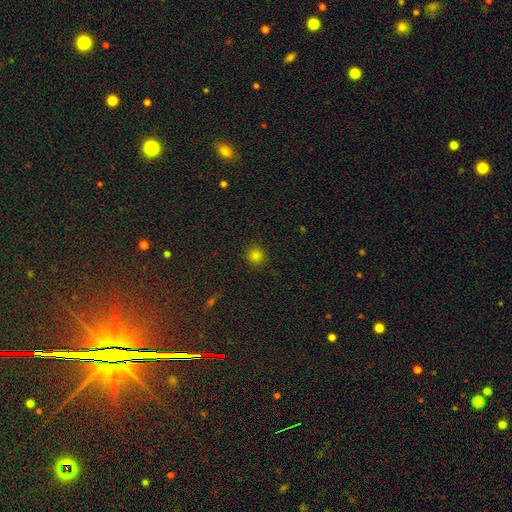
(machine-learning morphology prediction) This is clearly a smooth galaxy (81%). How rounded: clearly round (92%). Merging: clearly none (90%).